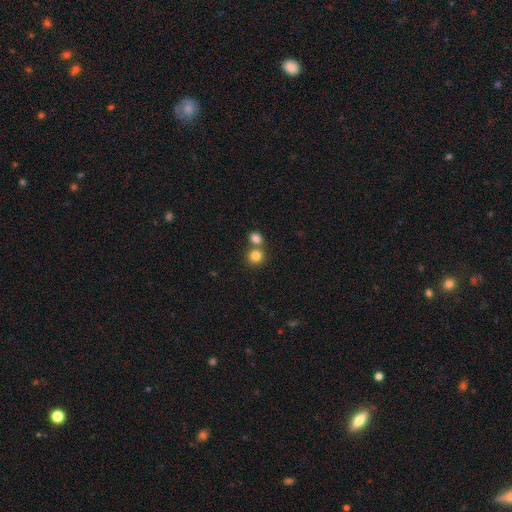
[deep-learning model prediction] Smooth or featured?
  - smooth: 82% *
  - star or artifact: 11%
  - featured or disk: 7%
How rounded?
  - round: 84% *
  - in between: 15%
  - cigar-shaped: 1%
Merging?
  - none: 52% *
  - merger: 39%
  - minor disturbance: 6%
  - major disturbance: 3%